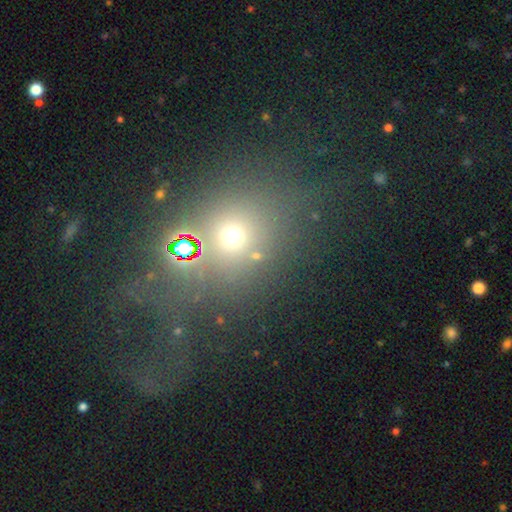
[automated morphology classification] A smooth galaxy with no disk features (45%).

Vote fractions:
- Smooth or featured? smooth: 45% / star or artifact: 37% / featured or disk: 18%
- Merging? none: 46% / major disturbance: 24% / merger: 15% / minor disturbance: 15%